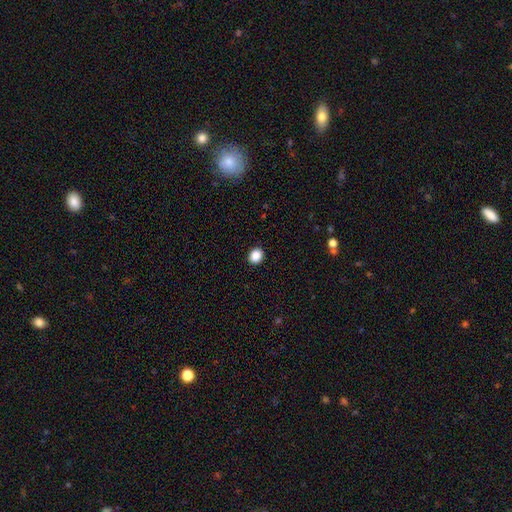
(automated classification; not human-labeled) This appears to be a smooth galaxy with no disk features (88%) that is round (67%). Merging: none (92%).